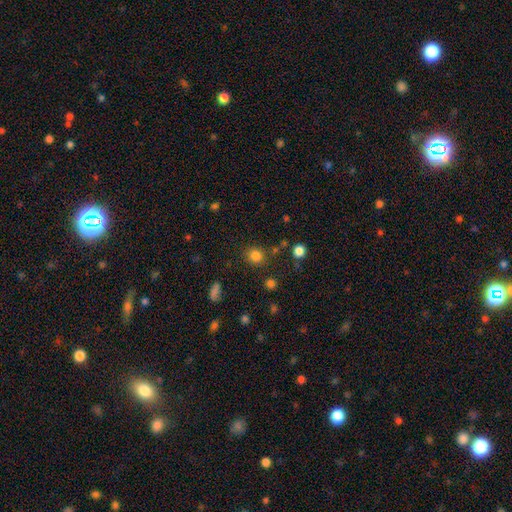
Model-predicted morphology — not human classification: smooth_or_featured: smooth (p=0.81) [alt: star or artifact p=0.14]
how_rounded: round (p=0.85) [alt: in between p=0.14]
merging: none (p=0.82) [alt: minor disturbance p=0.09]